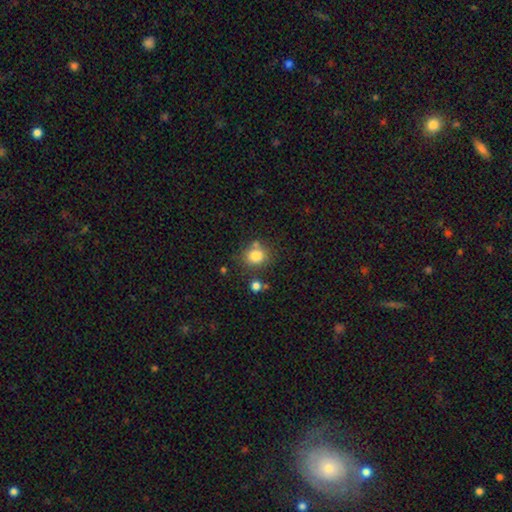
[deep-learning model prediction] Overall: smooth (80%). How rounded: round (80%). Merging: none (68%).